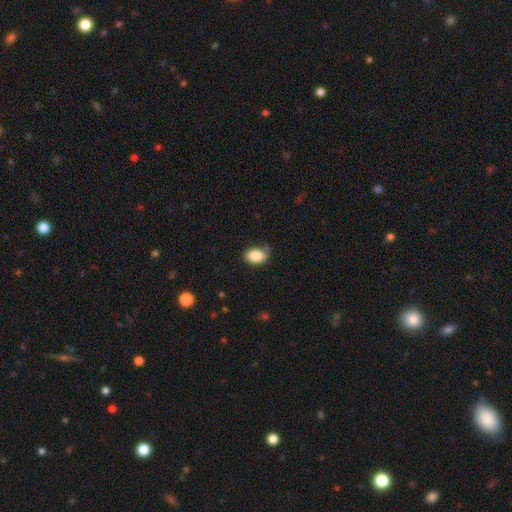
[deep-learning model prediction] Smooth or featured?
  - smooth: 85% *
  - star or artifact: 7%
  - featured or disk: 7%
How rounded?
  - in between: 84% *
  - round: 15%
  - cigar-shaped: 1%
Merging?
  - none: 70% *
  - minor disturbance: 23%
  - major disturbance: 5%
  - merger: 2%